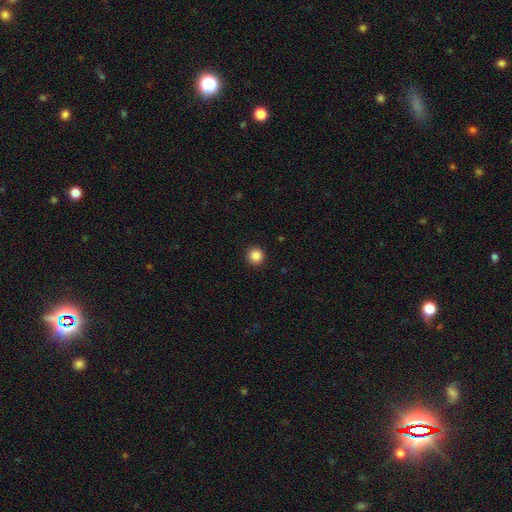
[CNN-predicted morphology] The model was most divided on "smooth or featured": smooth: 87%, star or artifact: 10%, featured or disk: 3%. More confident: how rounded — round (95%); merging — none (93%).